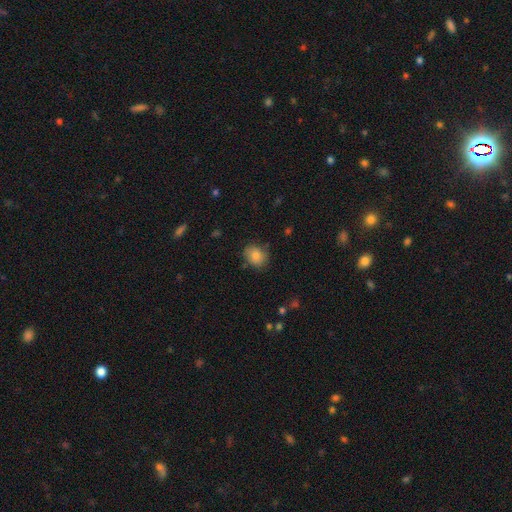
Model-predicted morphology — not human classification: A smooth galaxy with no disk features (82%) that is round (54%).

Vote fractions:
- Smooth or featured? smooth: 82% / featured or disk: 9% / star or artifact: 9%
- How rounded? round: 54% / in between: 45% / cigar-shaped: 1%
- Merging? none: 78% / minor disturbance: 17% / major disturbance: 4% / merger: 2%